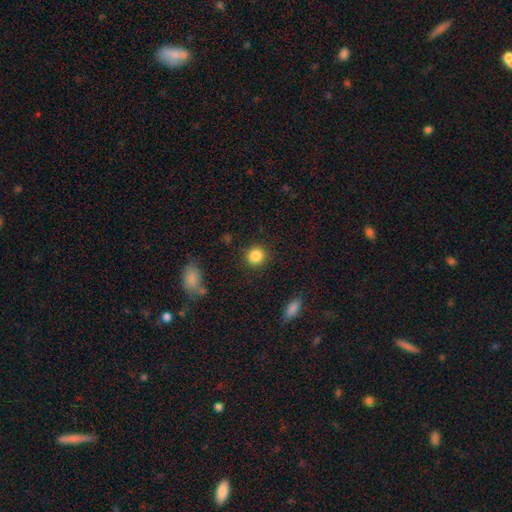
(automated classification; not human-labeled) A smooth galaxy with no disk features (86%) that is round (89%).

Vote fractions:
- Smooth or featured? smooth: 86% / star or artifact: 10% / featured or disk: 4%
- How rounded? round: 89% / in between: 10% / cigar-shaped: 1%
- Merging? none: 89% / minor disturbance: 7% / major disturbance: 3% / merger: 2%